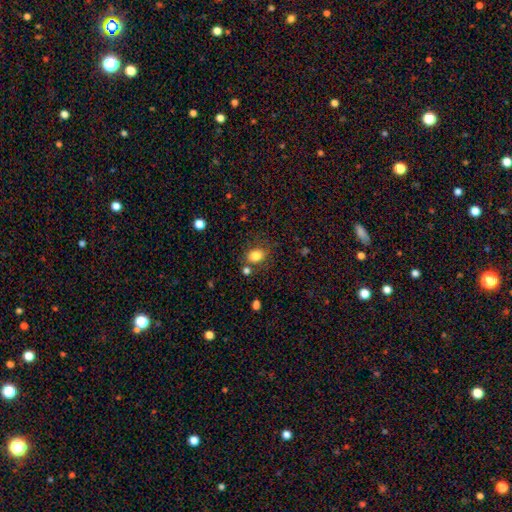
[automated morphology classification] Smooth or featured?
  - smooth: 81% *
  - star or artifact: 11%
  - featured or disk: 8%
How rounded?
  - in between: 55% *
  - round: 44%
  - cigar-shaped: 1%
Merging?
  - none: 72% *
  - minor disturbance: 15%
  - merger: 9%
  - major disturbance: 5%